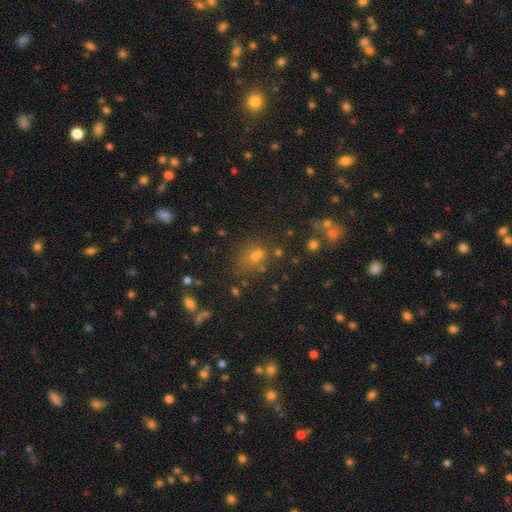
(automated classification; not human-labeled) This appears to be a smooth galaxy with no disk features (58%) that is in between round and cigar-shaped (56%). Merging: none (60%).